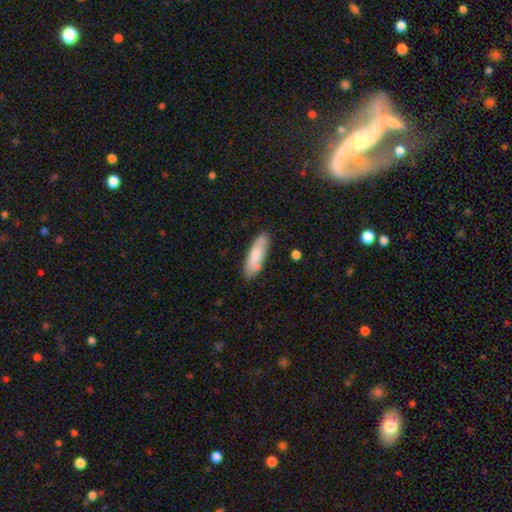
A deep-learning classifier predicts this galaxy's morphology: A smooth galaxy with no disk features (76%) that is in between round and cigar-shaped (49%, tied with cigar-shaped).

Vote fractions:
- Smooth or featured? smooth: 76% / featured or disk: 19% / star or artifact: 6%
- How rounded? in between: 49% (tied) / cigar-shaped: 49% (tied) / round: 2%
- Merging? none: 78% / minor disturbance: 16% / major disturbance: 3% / merger: 3%